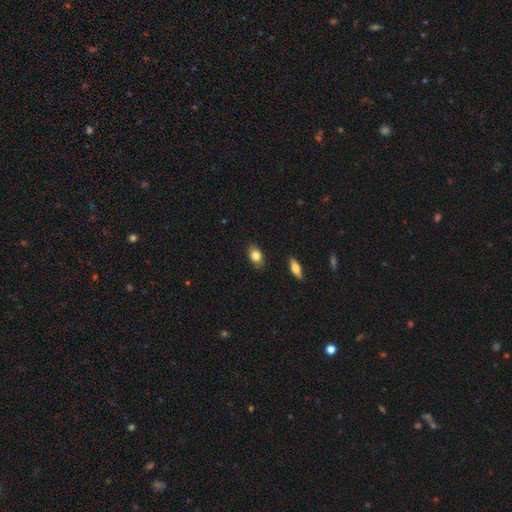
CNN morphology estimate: type=smooth (80%); roundness=in between (83%); merging=none (86%).